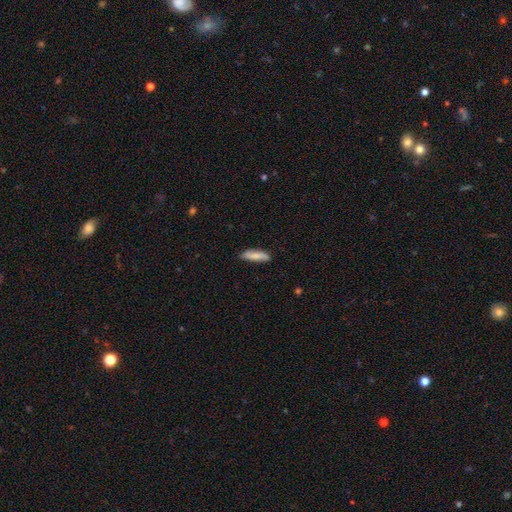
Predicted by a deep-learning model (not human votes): Smooth or featured? Predicted: smooth (p=0.76). How rounded? Predicted: cigar-shaped (p=0.64). Merging? Predicted: none (p=0.79).